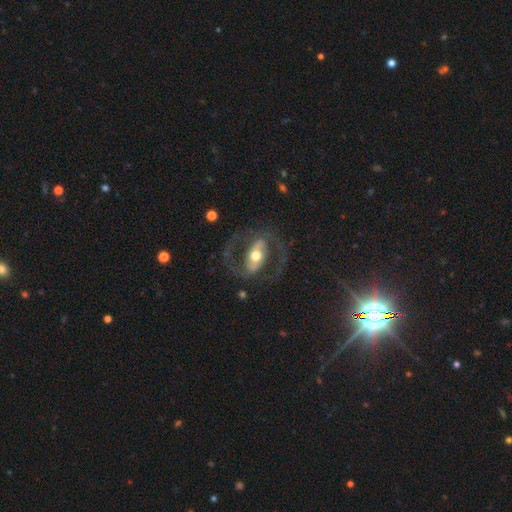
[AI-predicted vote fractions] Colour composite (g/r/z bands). It shows a featured or disk galaxy (79%) with a strong bar (43%), 2 (88%) medium (54%) spiral arms (75%) and a moderate central bulge (71%). Merging: none (71%).